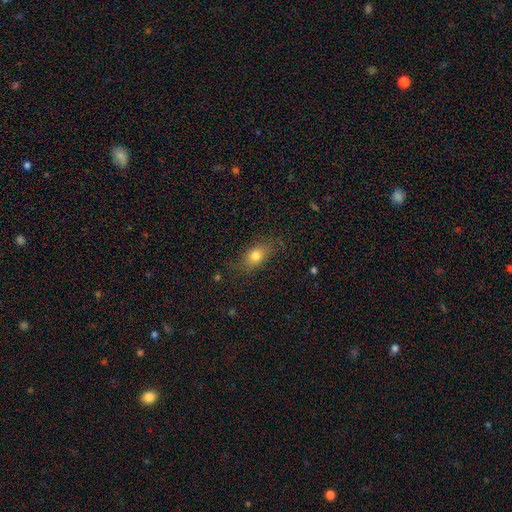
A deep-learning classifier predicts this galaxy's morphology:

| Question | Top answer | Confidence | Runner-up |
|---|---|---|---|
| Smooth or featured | smooth | 78% | featured or disk (12%) |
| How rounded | in between | 80% | round (13%) |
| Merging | none | 76% | minor disturbance (17%) |